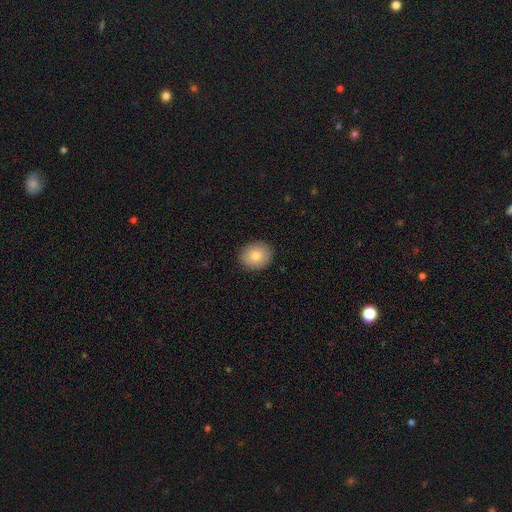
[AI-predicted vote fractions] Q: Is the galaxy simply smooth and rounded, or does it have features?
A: smooth — 81%.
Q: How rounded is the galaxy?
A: round — 60%.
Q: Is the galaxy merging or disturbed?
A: none — 91%.